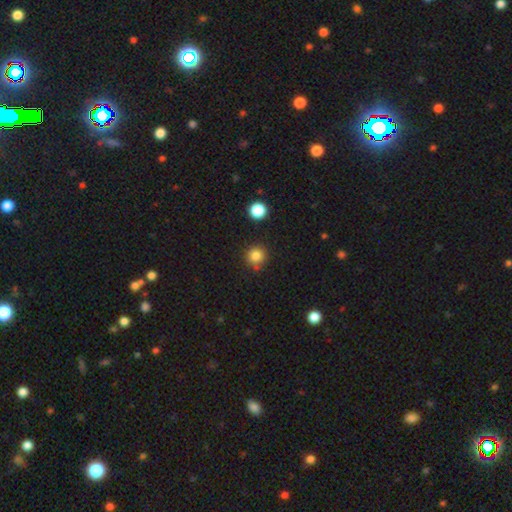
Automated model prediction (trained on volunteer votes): The model was most divided on "smooth or featured": smooth: 83%, star or artifact: 12%, featured or disk: 5%. More confident: how rounded — round (93%); merging — none (83%).